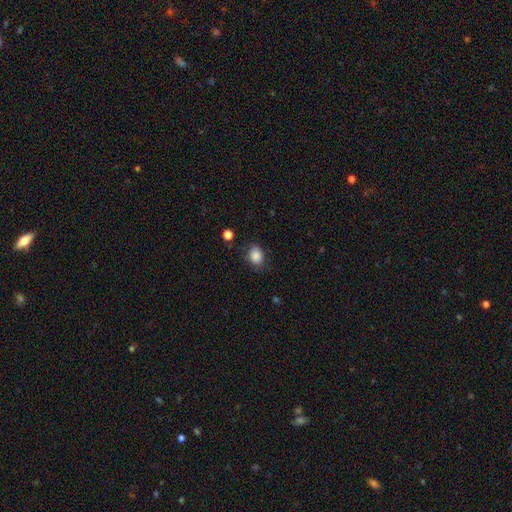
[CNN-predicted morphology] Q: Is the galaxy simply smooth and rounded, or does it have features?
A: smooth — 86%.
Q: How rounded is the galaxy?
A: in between — 56%.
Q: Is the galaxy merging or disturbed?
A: none — 76%.